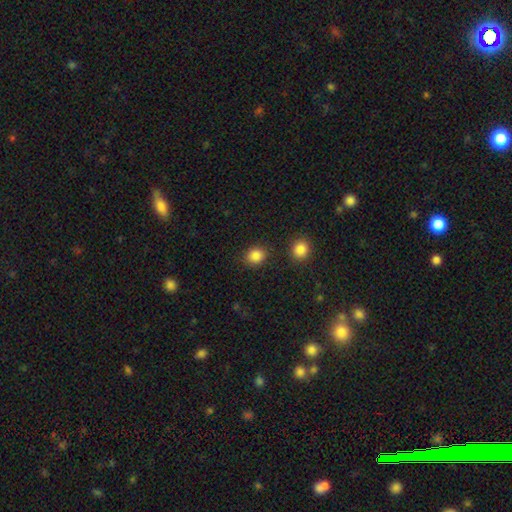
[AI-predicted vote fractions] The model was most divided on "how rounded": round: 75%, in between: 24%, cigar-shaped: 1%. More confident: smooth or featured — smooth (86%); merging — none (86%).